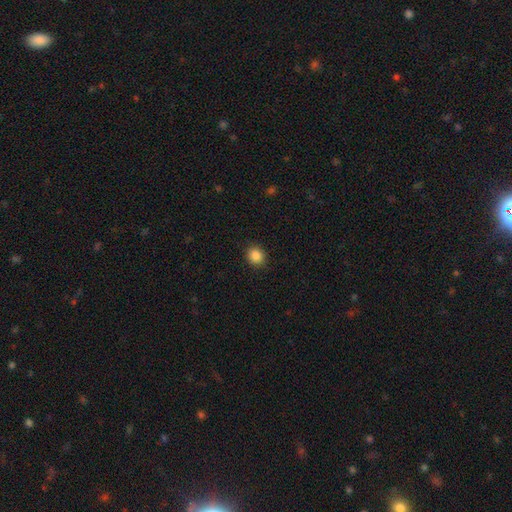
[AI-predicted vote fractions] Smooth or featured? Predicted: smooth (p=0.87). How rounded? Predicted: round (p=0.76). Merging? Predicted: none (p=0.90).